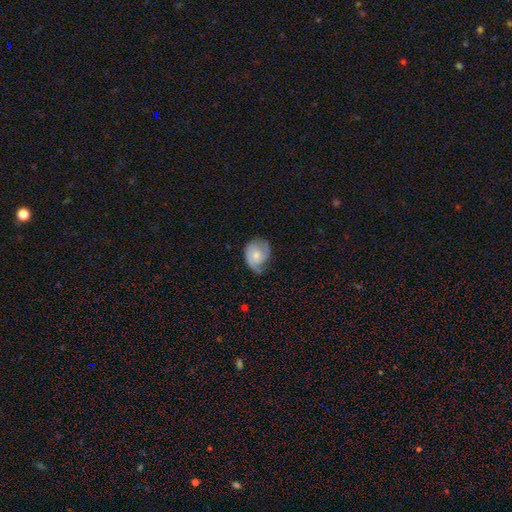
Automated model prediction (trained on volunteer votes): Overall: featured or disk (49%; smooth 45%). Merging: none (42%; minor disturbance 37%).